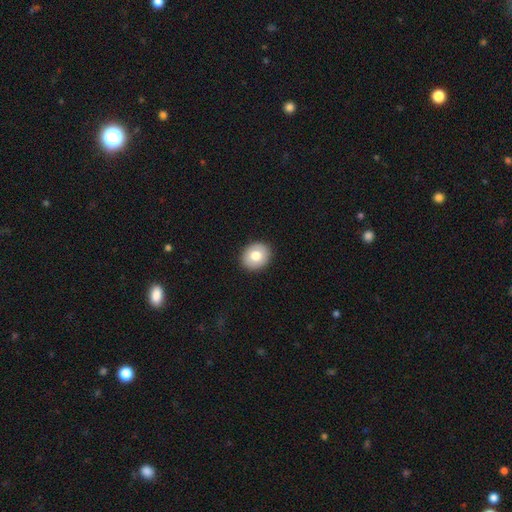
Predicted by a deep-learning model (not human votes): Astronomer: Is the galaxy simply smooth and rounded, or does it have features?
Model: smooth — 75%.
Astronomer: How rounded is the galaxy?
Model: round — 71%.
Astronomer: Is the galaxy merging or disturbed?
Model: none — 91%.